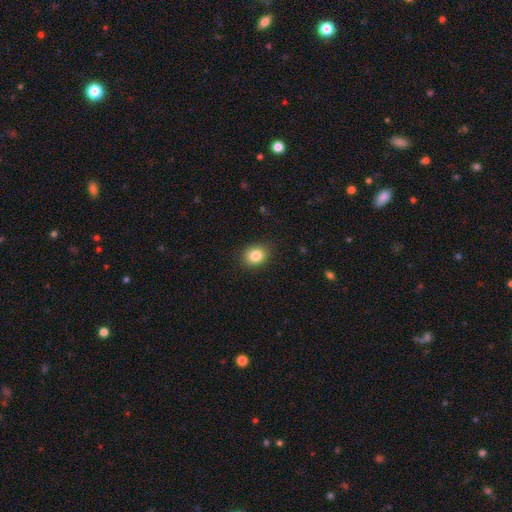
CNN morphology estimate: Smooth or featured? Predicted: smooth (p=0.84). How rounded? Predicted: round (p=0.56). Merging? Predicted: none (p=0.88).